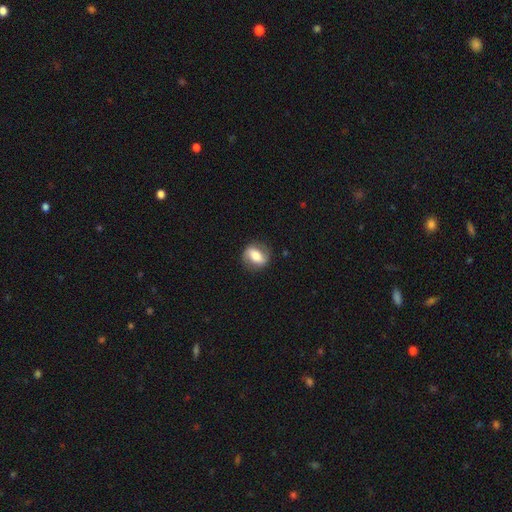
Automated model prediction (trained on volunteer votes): smooth_or_featured: featured or disk (p=0.46) [tied with: smooth p=0.46]
merging: none (p=0.81) [alt: minor disturbance p=0.13]